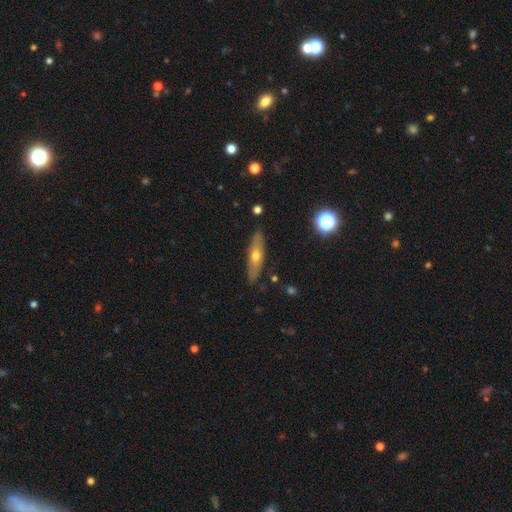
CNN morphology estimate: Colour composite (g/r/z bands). It shows a featured or disk galaxy (48%). Merging: none (88%).